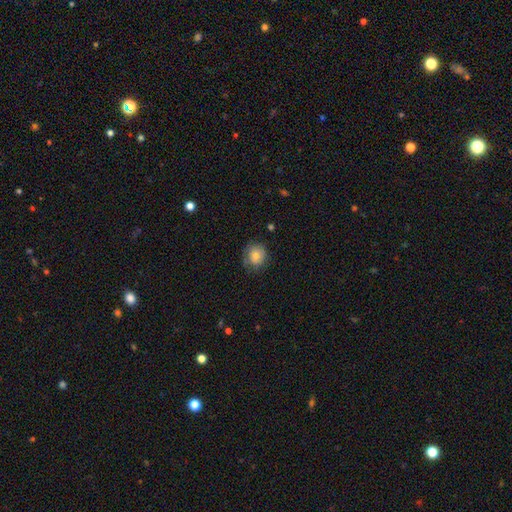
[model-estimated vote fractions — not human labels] Q: Smooth or featured?
A: smooth (73%); runner-up: featured or disk (18%)
Q: How rounded?
A: round (80%); runner-up: in between (20%)
Q: Merging?
A: none (70%); runner-up: minor disturbance (21%)